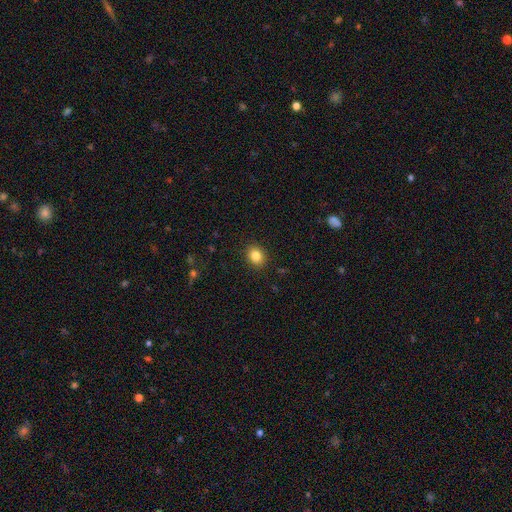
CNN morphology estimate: The model was most divided on "how rounded": round: 58%, in between: 41%, cigar-shaped: 1%. More confident: merging — none (90%); smooth or featured — smooth (84%).